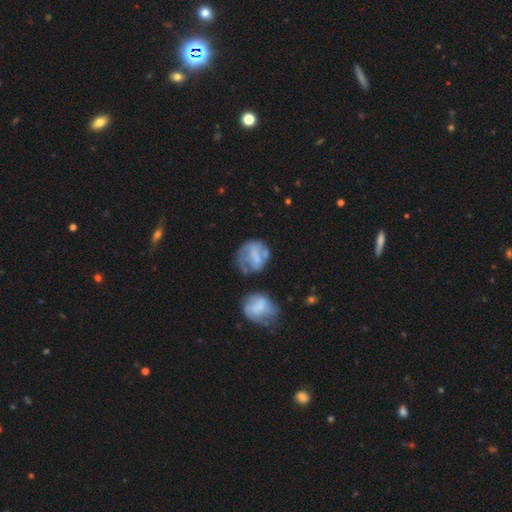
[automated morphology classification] Q: Smooth or featured?
A: smooth (46%); runner-up: featured or disk (45%)
Q: Merging?
A: none (41%); runner-up: minor disturbance (24%)